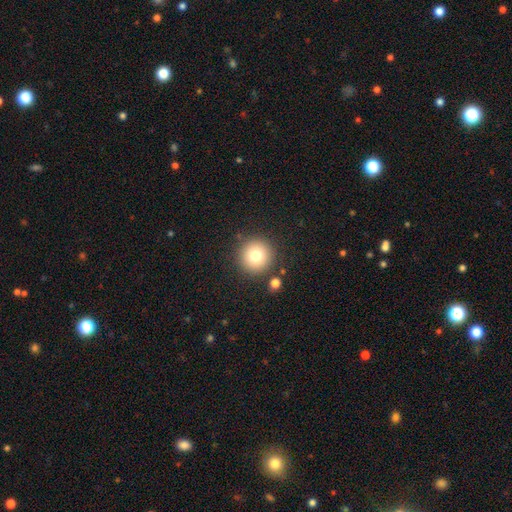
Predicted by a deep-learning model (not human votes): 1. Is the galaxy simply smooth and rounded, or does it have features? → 77% smooth, 12% star or artifact, 11% featured or disk.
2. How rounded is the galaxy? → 95% round, 4% in between, 1% cigar-shaped.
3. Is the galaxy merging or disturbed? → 87% none, 7% minor disturbance, 4% merger, 3% major disturbance.